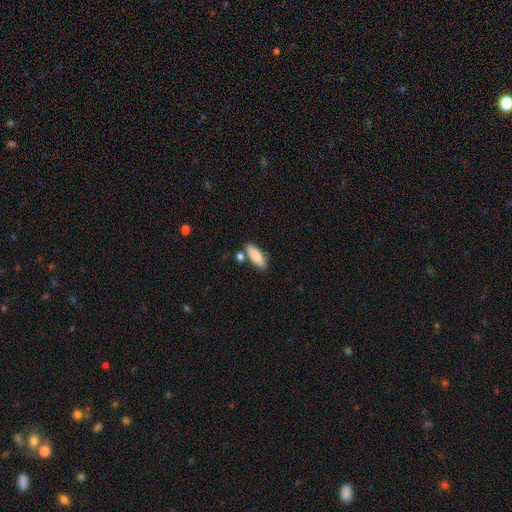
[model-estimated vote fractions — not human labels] smooth 86%, featured or disk 8%, star or artifact 6%. Down the decision tree: how rounded — in between (72%); merging — none (74%).